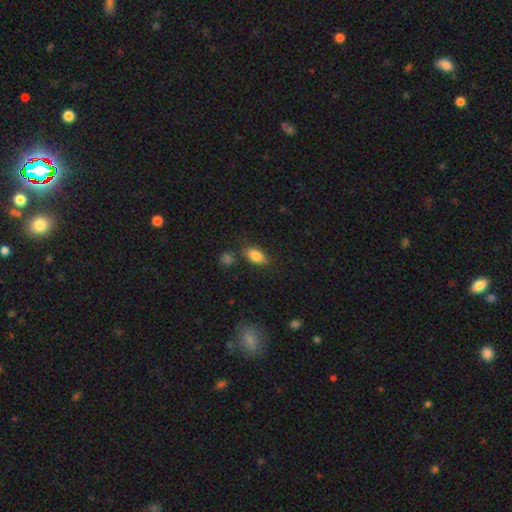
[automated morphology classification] This is clearly a smooth galaxy (84%). How rounded: clearly in between (88%). Merging: likely none (75%).